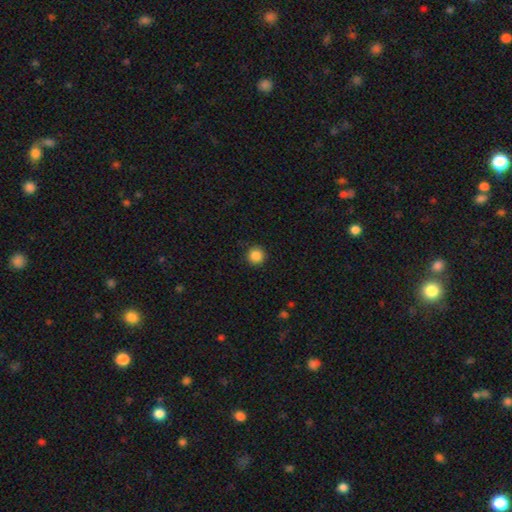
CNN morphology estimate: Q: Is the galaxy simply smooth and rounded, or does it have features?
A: smooth — 86%.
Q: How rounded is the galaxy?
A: round — 95%.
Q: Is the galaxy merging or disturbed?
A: none — 90%.